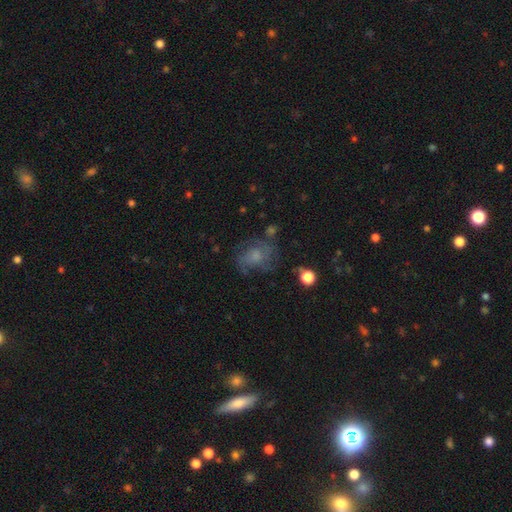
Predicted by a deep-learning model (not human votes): Morphology: type=featured or disk (56%); edge-on=no (97%); bar=no (73%); spiral arms=yes (74%); bulge=moderate (37%); merging=none (57%).